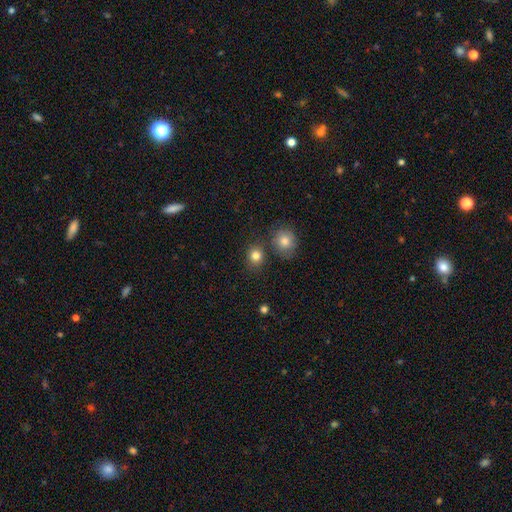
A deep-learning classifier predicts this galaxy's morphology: This is clearly a smooth galaxy (83%). How rounded: likely round (78%). Merging: likely none (76%).